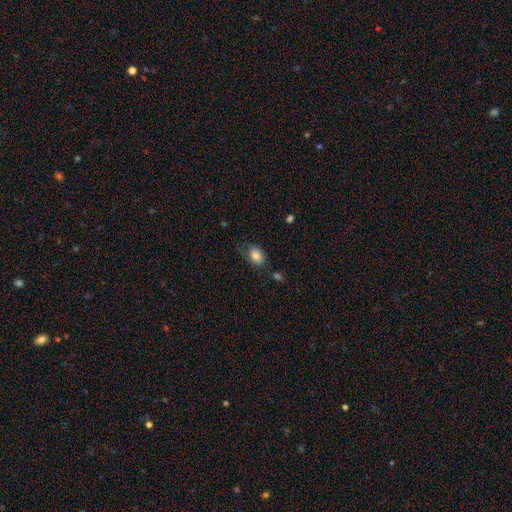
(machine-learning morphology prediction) Smooth or featured? smooth (81%)
How rounded? in between (82%)
Merging? none (56%)